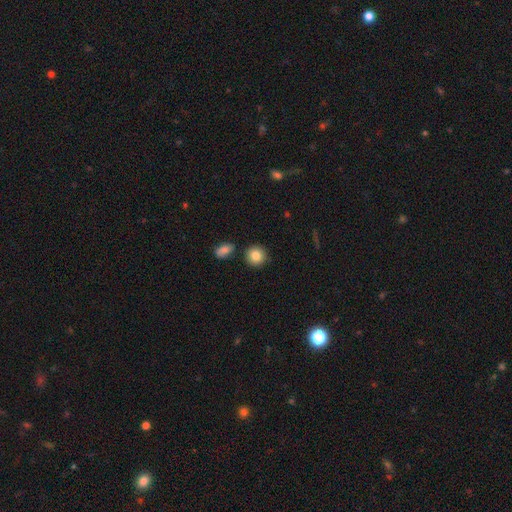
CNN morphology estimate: The model was most divided on "smooth or featured": smooth: 85%, star or artifact: 9%, featured or disk: 7%. More confident: how rounded — round (90%); merging — none (85%).